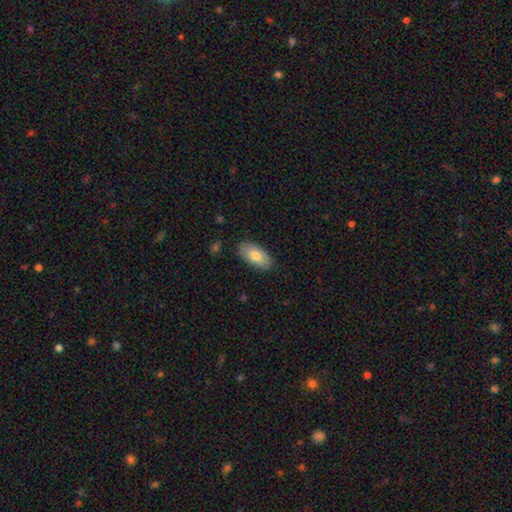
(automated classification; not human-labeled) A smooth galaxy with no disk features (77%) that is in between round and cigar-shaped (93%).

Vote fractions:
- Smooth or featured? smooth: 77% / featured or disk: 17% / star or artifact: 6%
- How rounded? in between: 93% / cigar-shaped: 5% / round: 3%
- Merging? none: 86% / minor disturbance: 11% / major disturbance: 2% / merger: 1%